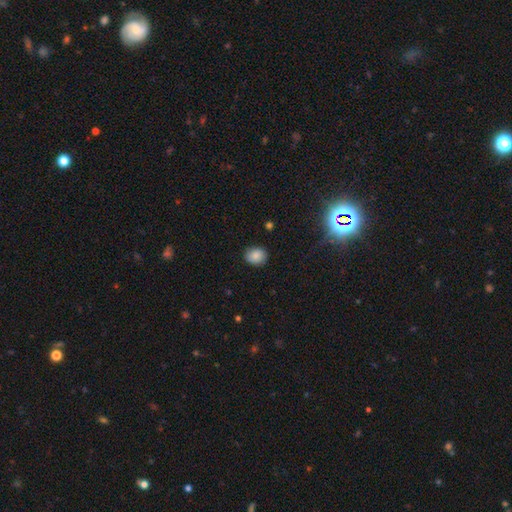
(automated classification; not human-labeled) Smooth or featured? smooth (85%)
How rounded? round (63%)
Merging? none (86%)